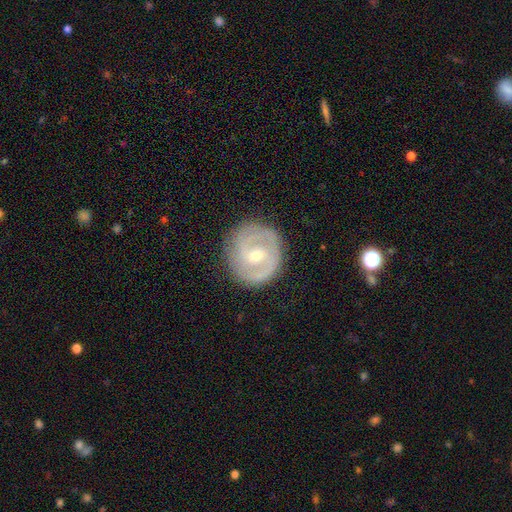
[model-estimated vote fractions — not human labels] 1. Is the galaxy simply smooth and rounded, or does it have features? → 81% featured or disk, 14% smooth, 6% star or artifact.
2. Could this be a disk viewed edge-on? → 97% no, 3% yes.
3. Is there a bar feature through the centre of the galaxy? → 49% weak, 33% no, 18% strong.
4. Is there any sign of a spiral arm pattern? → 91% yes, 9% no.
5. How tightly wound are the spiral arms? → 52% tight, 38% medium, 10% loose.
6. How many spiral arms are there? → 70% 2, 14% can't tell, 9% 3, 4% 1, 2% 4, 2% more than 4.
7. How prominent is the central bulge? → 53% small, 44% moderate, 1% large, 1% none, 1% dominant.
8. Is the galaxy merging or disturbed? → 83% none, 12% minor disturbance, 4% major disturbance, 1% merger.